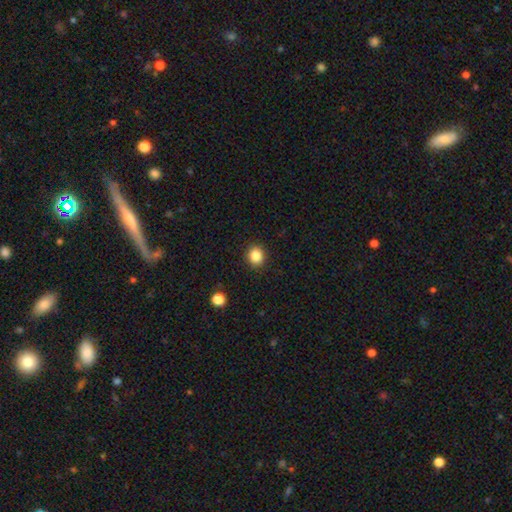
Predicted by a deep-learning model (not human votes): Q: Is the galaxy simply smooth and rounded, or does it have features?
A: smooth — 85%.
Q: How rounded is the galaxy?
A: round — 79%.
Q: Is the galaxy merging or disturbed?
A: none — 91%.